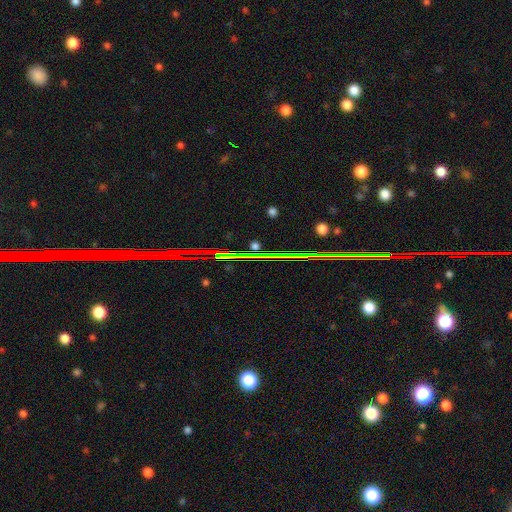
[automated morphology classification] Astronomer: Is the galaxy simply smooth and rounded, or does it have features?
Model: star or artifact — 82%.